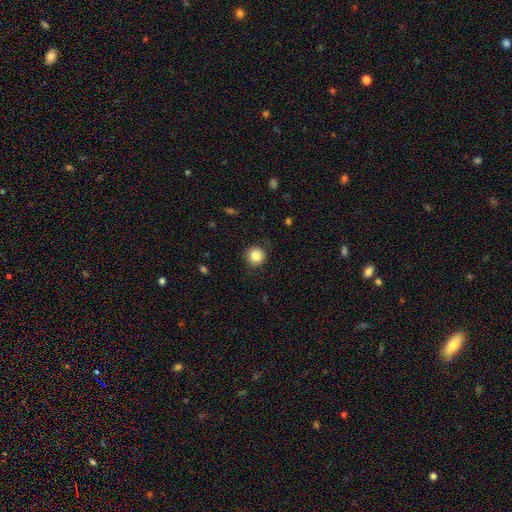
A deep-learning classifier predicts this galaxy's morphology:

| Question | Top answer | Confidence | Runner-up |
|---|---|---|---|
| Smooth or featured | smooth | 84% | star or artifact (10%) |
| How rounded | round | 94% | in between (5%) |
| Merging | none | 89% | minor disturbance (8%) |